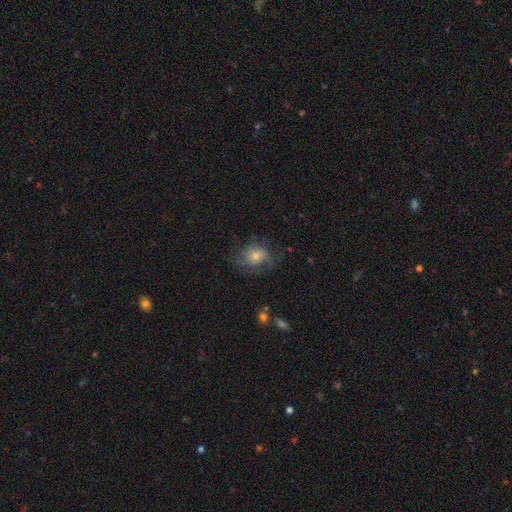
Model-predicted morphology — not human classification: Smooth or featured?
  - featured or disk: 51% *
  - smooth: 35%
  - star or artifact: 14%
Edge-on disk?
  - no: 96% *
  - yes: 4%
Merging?
  - none: 64% *
  - minor disturbance: 20%
  - major disturbance: 14%
  - merger: 1%